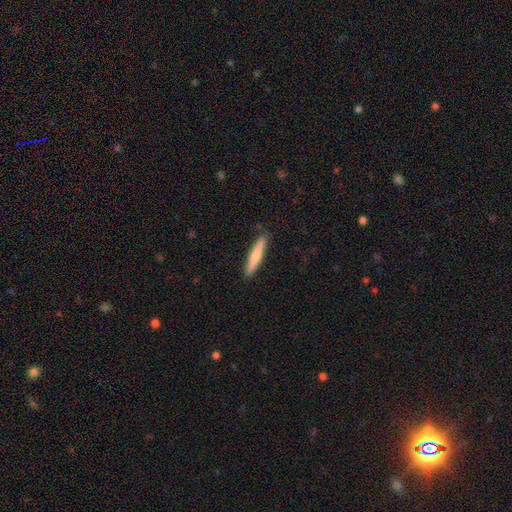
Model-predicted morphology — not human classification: Smooth or featured: smooth — 65% (featured or disk — 30%)
How rounded: cigar-shaped — 92% (in between — 7%)
Merging: none — 88% (minor disturbance — 9%)